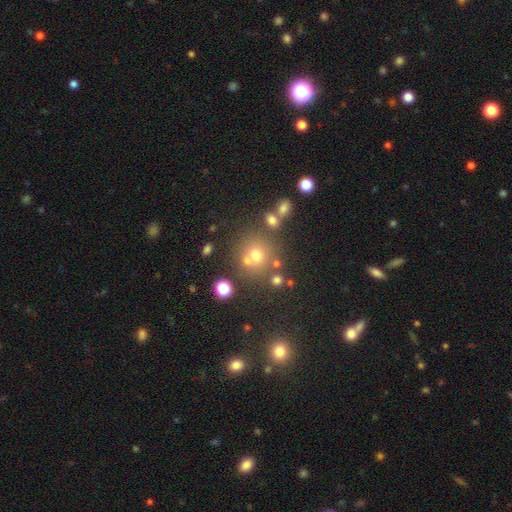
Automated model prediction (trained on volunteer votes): A smooth galaxy with no disk features (65%) that is round (89%).

Vote fractions:
- Smooth or featured? smooth: 65% / star or artifact: 21% / featured or disk: 14%
- How rounded? round: 89% / in between: 10% / cigar-shaped: 1%
- Merging? none: 64% / merger: 21% / minor disturbance: 10% / major disturbance: 5%